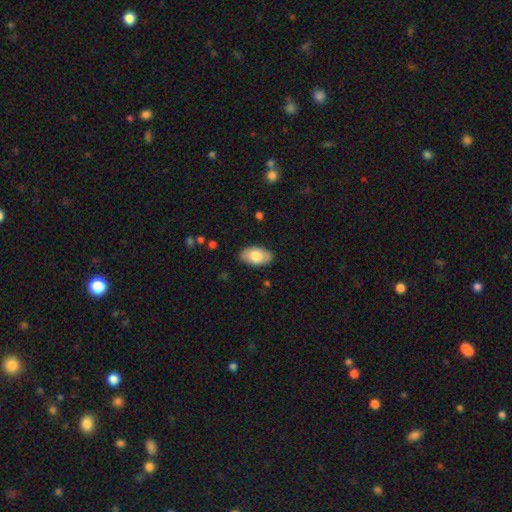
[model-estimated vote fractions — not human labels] Smooth or featured? Predicted: smooth (p=0.78). How rounded? Predicted: in between (p=0.95). Merging? Predicted: none (p=0.87).